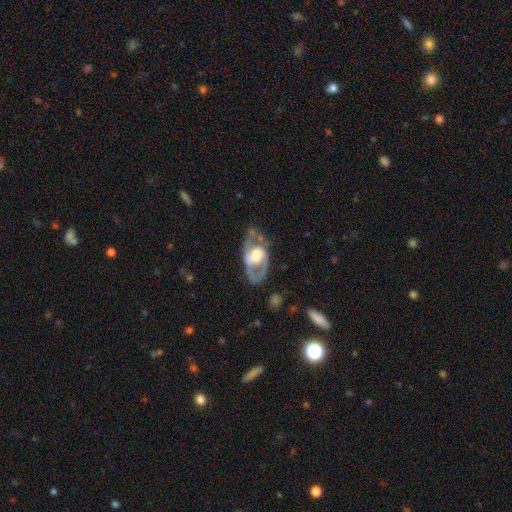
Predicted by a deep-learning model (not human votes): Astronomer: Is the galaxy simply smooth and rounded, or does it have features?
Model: featured or disk — 82%.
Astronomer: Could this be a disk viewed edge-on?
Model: no — 94%.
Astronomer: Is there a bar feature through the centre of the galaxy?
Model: no — 50% (runner-up: weak, 36%).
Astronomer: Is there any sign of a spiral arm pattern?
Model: yes — 81%.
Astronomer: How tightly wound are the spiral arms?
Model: medium — 53%.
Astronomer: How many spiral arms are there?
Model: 2 — 84%.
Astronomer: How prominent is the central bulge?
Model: moderate — 44% (runner-up: large, 41%).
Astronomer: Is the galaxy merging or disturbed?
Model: none — 64%.